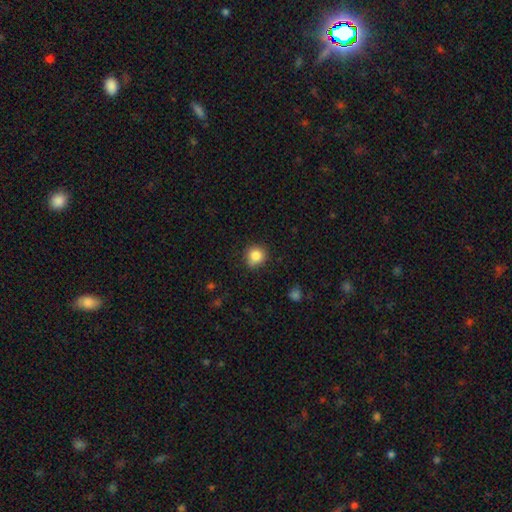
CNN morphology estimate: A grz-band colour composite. It shows a smooth galaxy with no disk features (84%) that is round (89%). Merging: none (80%).